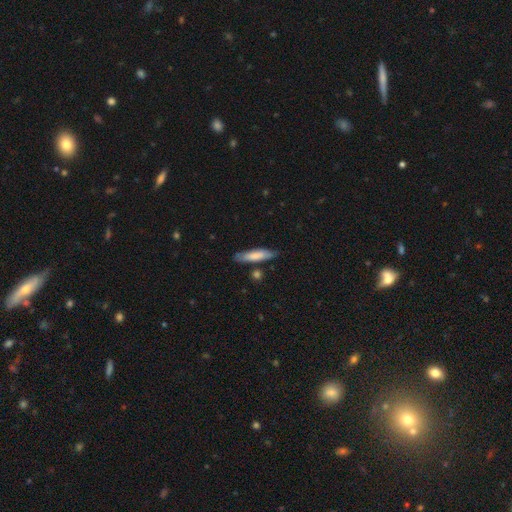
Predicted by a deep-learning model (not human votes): The model was most divided on "smooth or featured": smooth: 70%, featured or disk: 24%, star or artifact: 6%. More confident: merging — none (78%); how rounded — cigar-shaped (77%).